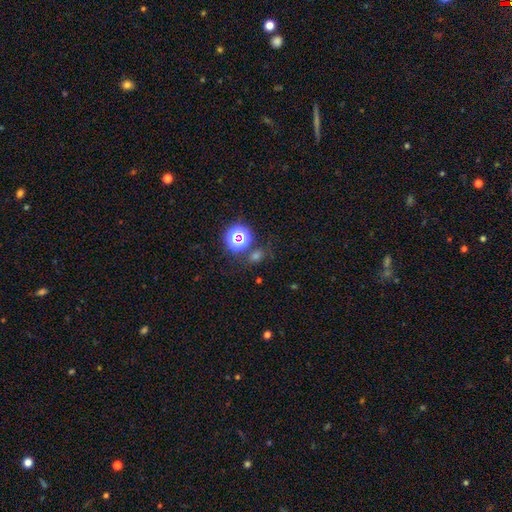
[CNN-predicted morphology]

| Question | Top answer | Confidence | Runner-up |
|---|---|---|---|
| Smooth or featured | star or artifact | 48% | smooth (43%) |